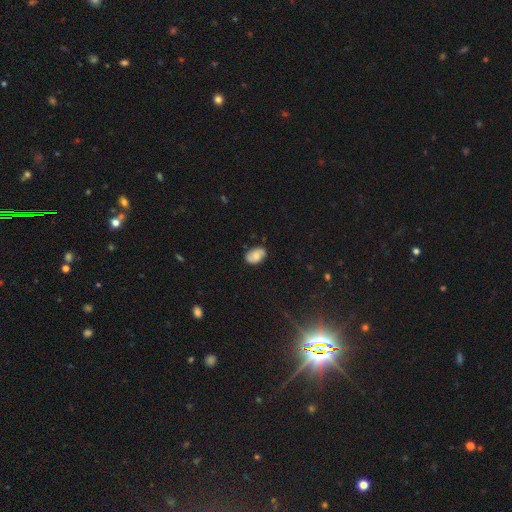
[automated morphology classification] smooth_or_featured: smooth (p=0.69) [alt: featured or disk p=0.23]
how_rounded: in between (p=0.89) [alt: round p=0.09]
merging: none (p=0.77) [alt: minor disturbance p=0.19]